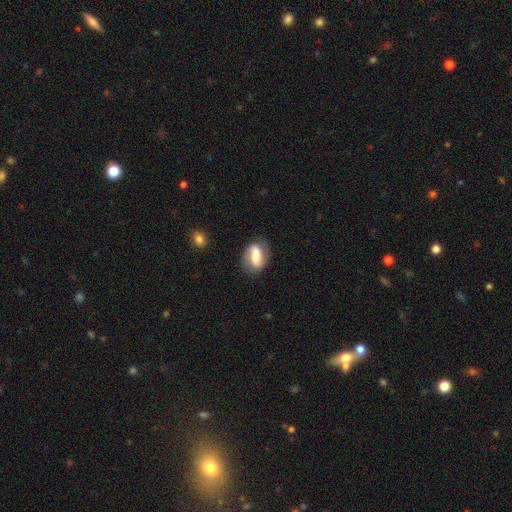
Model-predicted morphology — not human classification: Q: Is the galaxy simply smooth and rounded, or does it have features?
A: smooth — 47%.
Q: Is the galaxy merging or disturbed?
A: none — 72%.